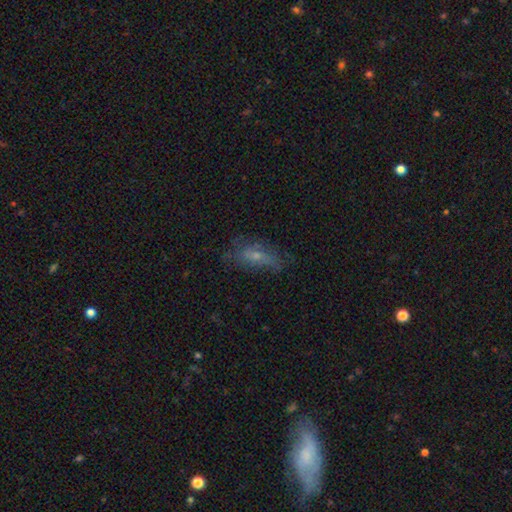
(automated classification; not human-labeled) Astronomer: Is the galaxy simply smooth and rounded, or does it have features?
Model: smooth — 45% (runner-up: featured or disk, 42%).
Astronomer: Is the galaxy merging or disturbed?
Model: none — 54%.